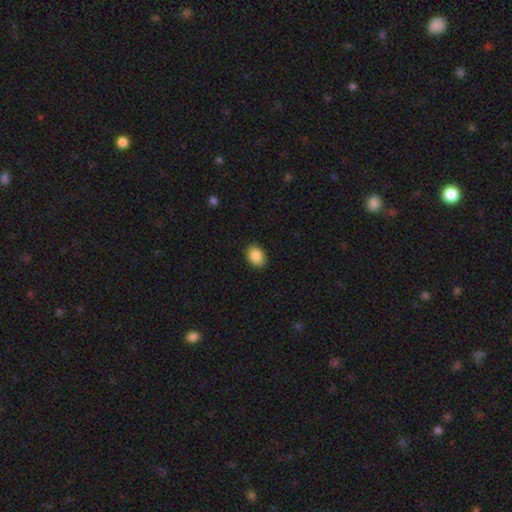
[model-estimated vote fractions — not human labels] The model was most divided on "how rounded": in between: 77%, round: 22%, cigar-shaped: 1%. More confident: merging — none (88%); smooth or featured — smooth (87%).